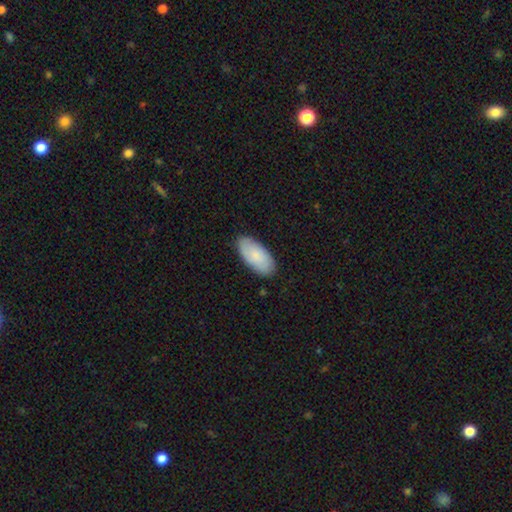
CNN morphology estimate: smooth 80%, featured or disk 14%, star or artifact 6%. Down the decision tree: how rounded — in between (94%); merging — none (85%).